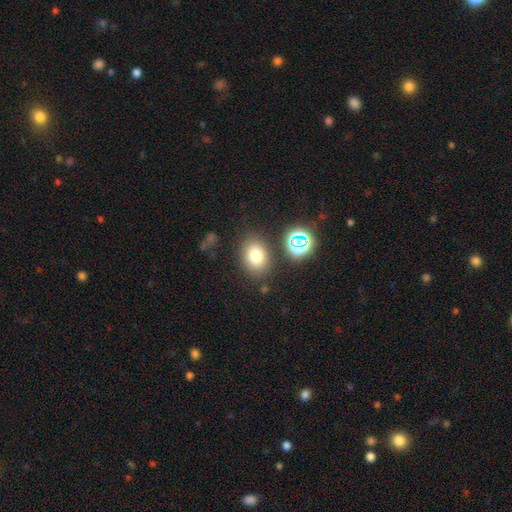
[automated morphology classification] A smooth galaxy with no disk features (76%) that is in between round and cigar-shaped (65%).

Vote fractions:
- Smooth or featured? smooth: 76% / star or artifact: 14% / featured or disk: 10%
- How rounded? in between: 65% / round: 34% / cigar-shaped: 1%
- Merging? none: 79% / minor disturbance: 11% / merger: 5% / major disturbance: 4%